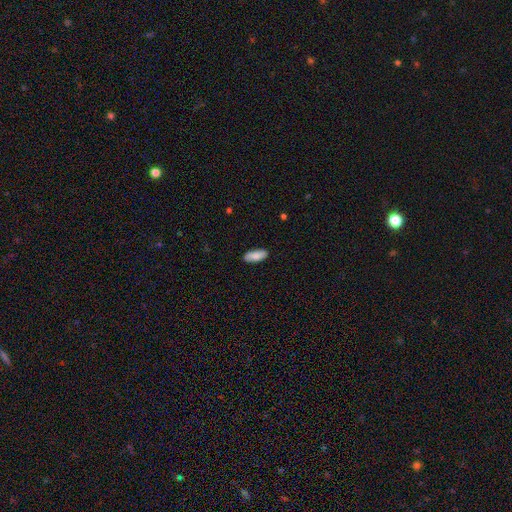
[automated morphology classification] A smooth galaxy with no disk features (85%) that is in between round and cigar-shaped (76%). Merging: none (88%).